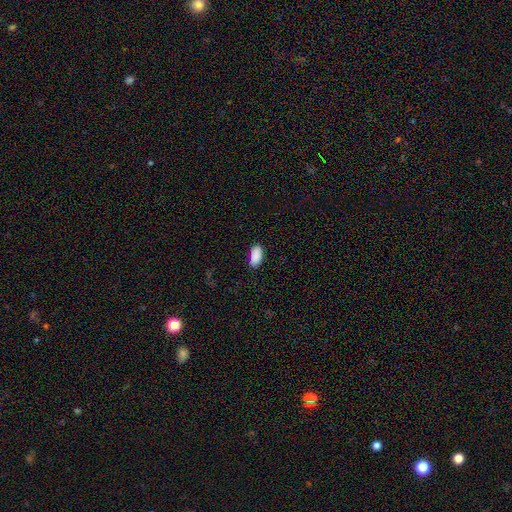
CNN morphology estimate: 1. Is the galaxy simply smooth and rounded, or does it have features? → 90% smooth, 7% star or artifact, 3% featured or disk.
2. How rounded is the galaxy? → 93% in between, 5% cigar-shaped, 2% round.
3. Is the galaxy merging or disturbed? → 86% none, 11% minor disturbance, 2% major disturbance, 1% merger.